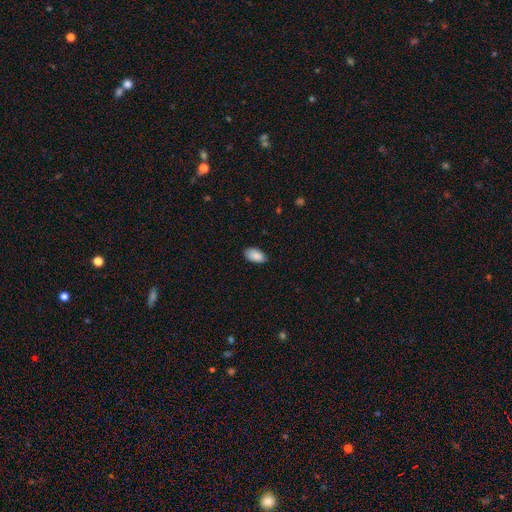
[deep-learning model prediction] A smooth galaxy with no disk features (89%) that is in between round and cigar-shaped (95%). Merging: none (82%).